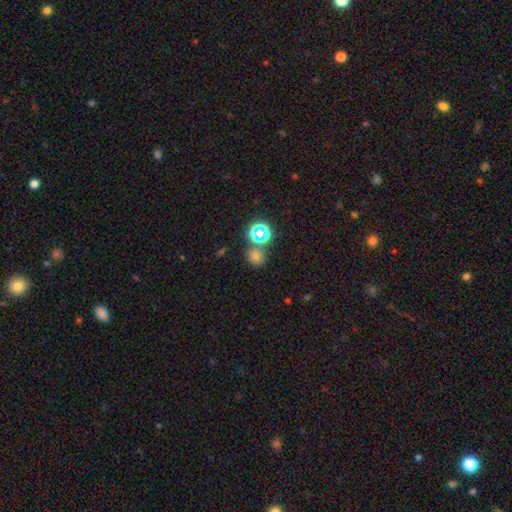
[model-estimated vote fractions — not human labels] smooth 57%, star or artifact 34%, featured or disk 8%. Down the decision tree: how rounded — round (80%); merging — none (68%).